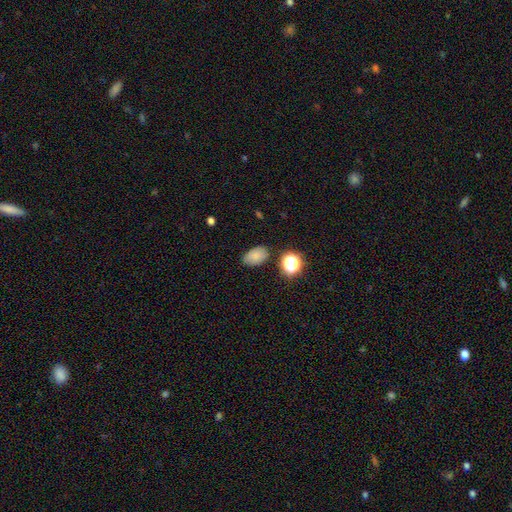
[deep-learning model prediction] Overall: smooth (80%). How rounded: in between (85%). Merging: none (78%).